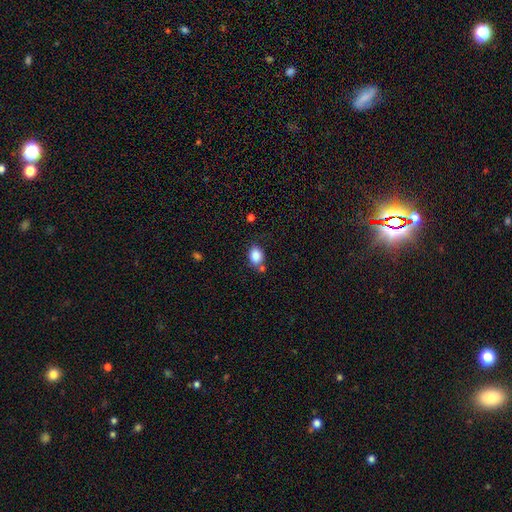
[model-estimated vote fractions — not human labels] This appears to be a smooth galaxy with no disk features (86%) that is in between round and cigar-shaped (65%). Merging: none (66%).